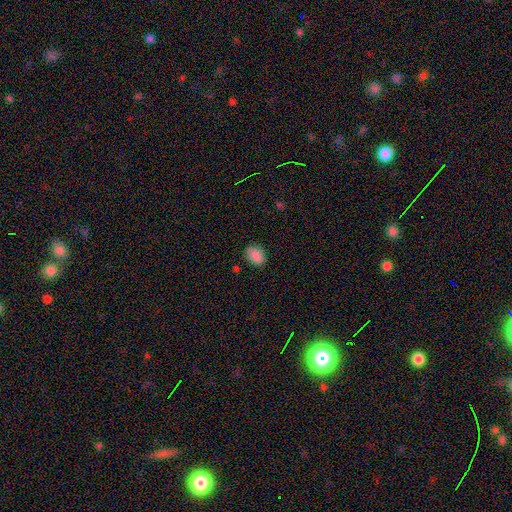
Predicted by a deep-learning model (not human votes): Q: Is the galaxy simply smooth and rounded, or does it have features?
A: smooth — 88%.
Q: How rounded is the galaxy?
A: in between — 77%.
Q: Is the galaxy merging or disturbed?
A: none — 82%.